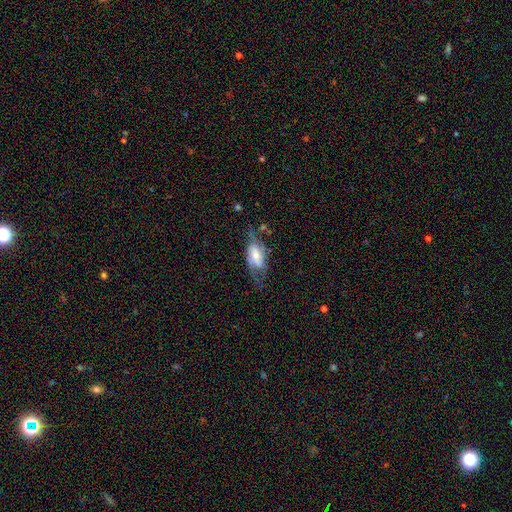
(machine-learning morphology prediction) smooth-or-featured: featured or disk: 60% | smooth: 33% | star or artifact: 7%
  disk-edge-on: no: 86% | yes: 14%
    bar: weak: 39% | no: 35% | strong: 25%
    has-spiral-arms: yes: 78% | no: 22%
    bulge-size: moderate: 40% | small: 33% | large: 17% | none: 7% | dominant: 3%
  merging: none: 48% | minor disturbance: 26% | major disturbance: 23% | merger: 3%